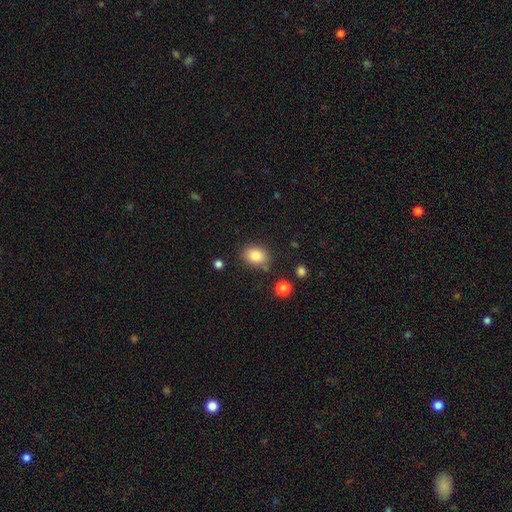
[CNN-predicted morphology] Smooth or featured? Predicted: smooth (p=0.82). How rounded? Predicted: in between (p=0.58). Merging? Predicted: none (p=0.79).